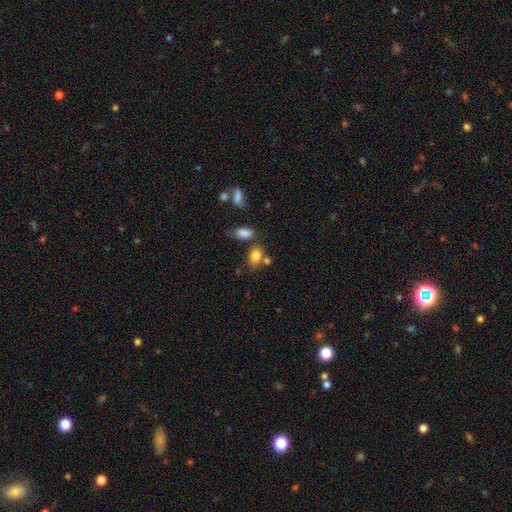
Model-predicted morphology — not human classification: A smooth galaxy with no disk features (82%) that is in between round and cigar-shaped (80%). Merging: none (58%).